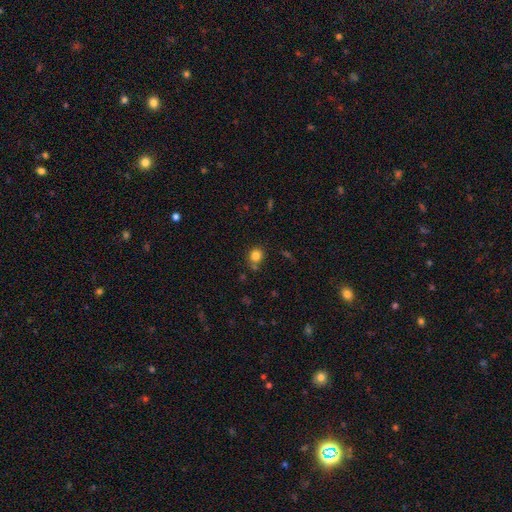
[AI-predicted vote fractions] This is clearly a smooth galaxy (82%). How rounded: clearly round (85%). Merging: likely none (75%).